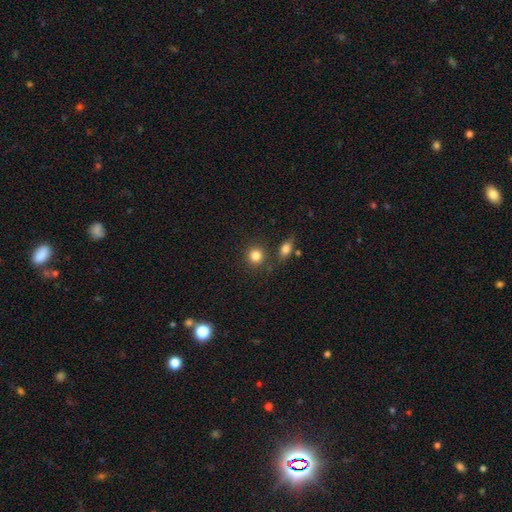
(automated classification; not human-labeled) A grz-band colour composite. It shows a smooth galaxy with no disk features (83%) that is round (87%). Merging: none (79%).